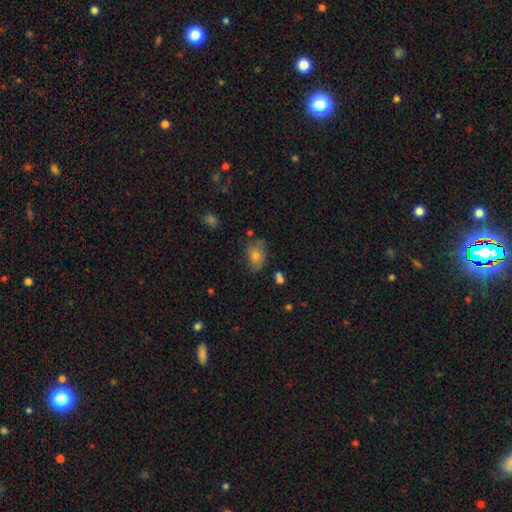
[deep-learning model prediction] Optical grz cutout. It shows a smooth galaxy with no disk features (70%) that is in between round and cigar-shaped (81%). Merging: none (64%).